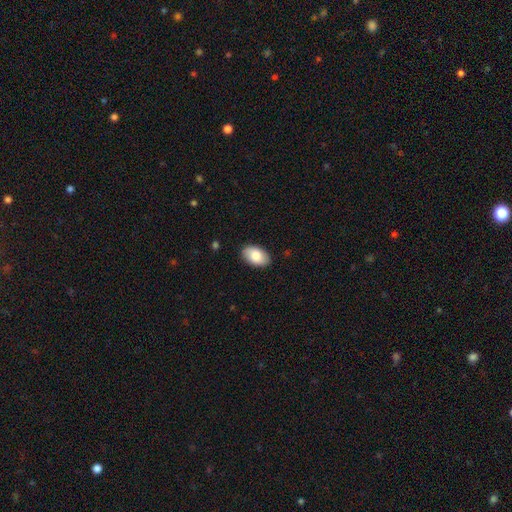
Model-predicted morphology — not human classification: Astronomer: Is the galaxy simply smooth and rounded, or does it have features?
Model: smooth — 83%.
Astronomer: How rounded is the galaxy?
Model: in between — 93%.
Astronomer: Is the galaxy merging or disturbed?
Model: none — 88%.